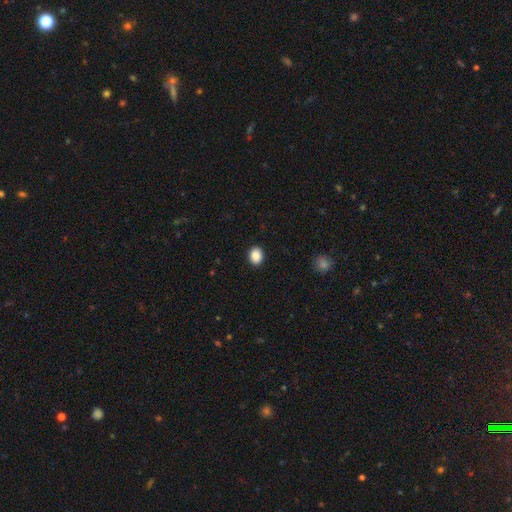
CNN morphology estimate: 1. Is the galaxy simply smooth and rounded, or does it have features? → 89% smooth, 8% star or artifact, 3% featured or disk.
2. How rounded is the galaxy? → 52% in between, 47% round, 1% cigar-shaped.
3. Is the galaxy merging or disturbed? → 91% none, 6% minor disturbance, 2% major disturbance, 1% merger.